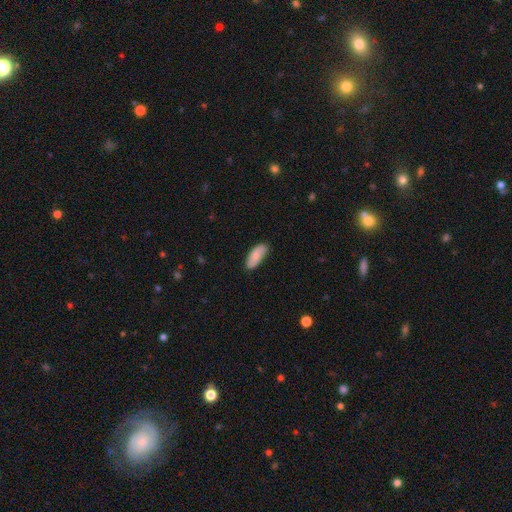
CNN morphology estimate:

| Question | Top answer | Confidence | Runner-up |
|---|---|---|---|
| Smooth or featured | smooth | 82% | featured or disk (13%) |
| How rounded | in between | 81% | cigar-shaped (17%) |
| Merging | none | 82% | minor disturbance (15%) |